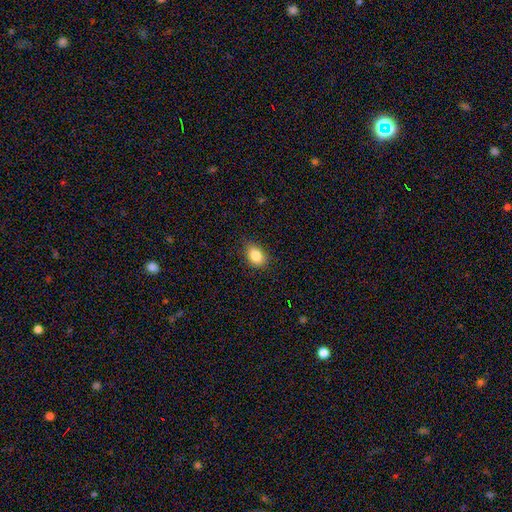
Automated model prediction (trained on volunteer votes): smooth 85%, star or artifact 9%, featured or disk 6%. Down the decision tree: how rounded — in between (74%); merging — none (81%).